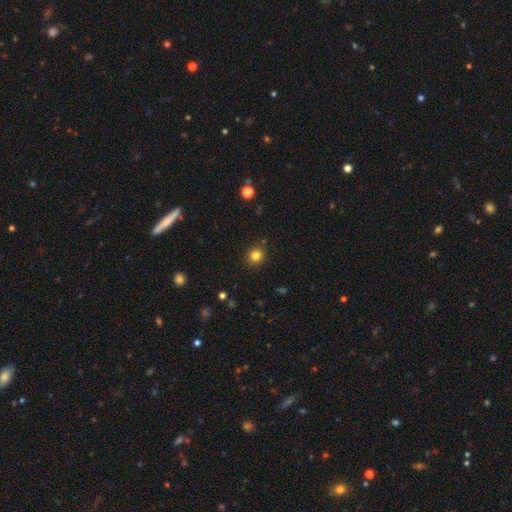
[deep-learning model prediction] Smooth or featured: smooth — 82% (star or artifact — 13%)
How rounded: round — 86% (in between — 13%)
Merging: none — 90% (minor disturbance — 7%)